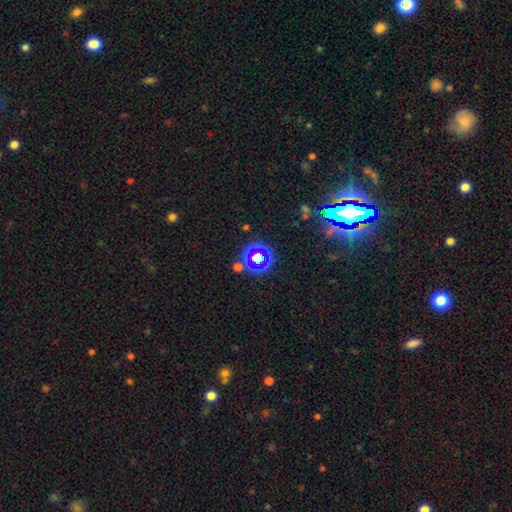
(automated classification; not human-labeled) Smooth or featured? Predicted: star or artifact (p=0.56).